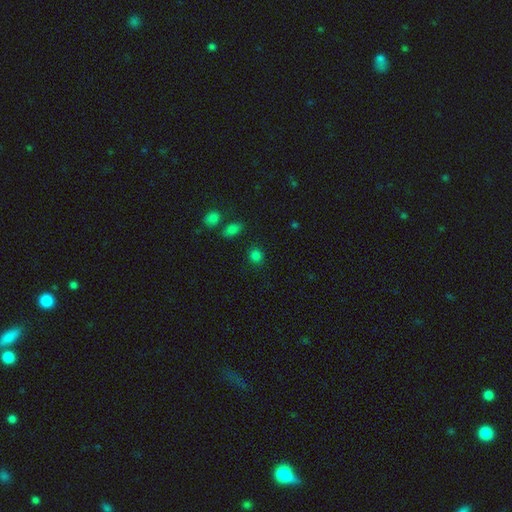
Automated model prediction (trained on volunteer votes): Smooth or featured? Predicted: smooth (p=0.81). How rounded? Predicted: round (p=0.81). Merging? Predicted: none (p=0.84).